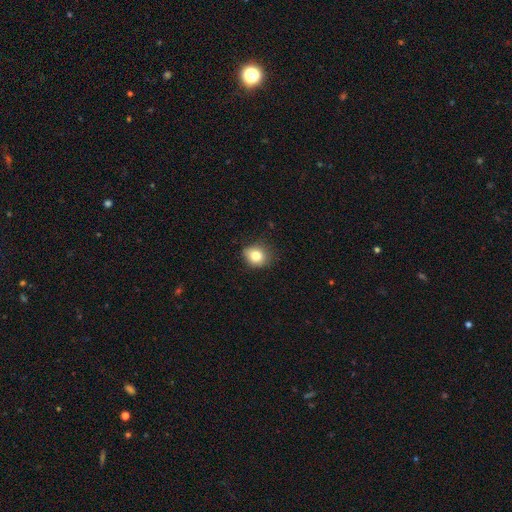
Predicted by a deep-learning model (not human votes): Smooth or featured: smooth — 80% (star or artifact — 11%)
How rounded: round — 70% (in between — 29%)
Merging: none — 76% (minor disturbance — 19%)